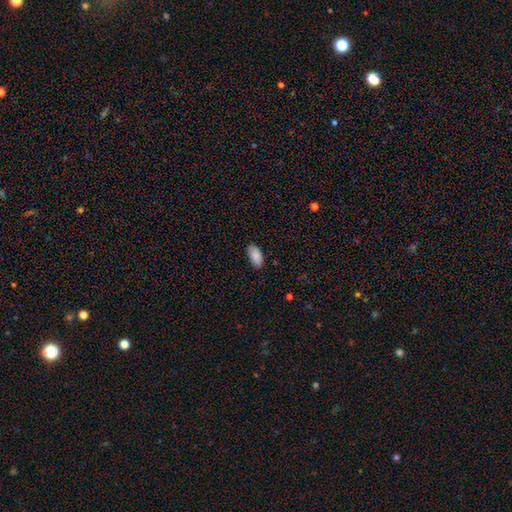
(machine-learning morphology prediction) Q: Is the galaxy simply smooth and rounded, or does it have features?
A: smooth — 88%.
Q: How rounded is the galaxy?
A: in between — 93%.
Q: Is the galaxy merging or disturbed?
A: none — 81%.